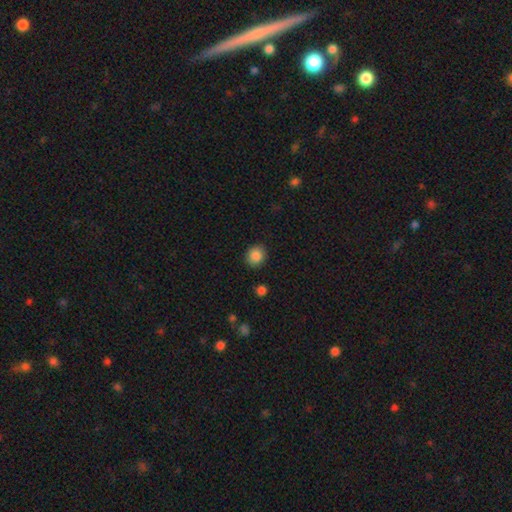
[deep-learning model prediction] This is clearly a smooth galaxy (86%). How rounded: likely round (76%). Merging: clearly none (88%).